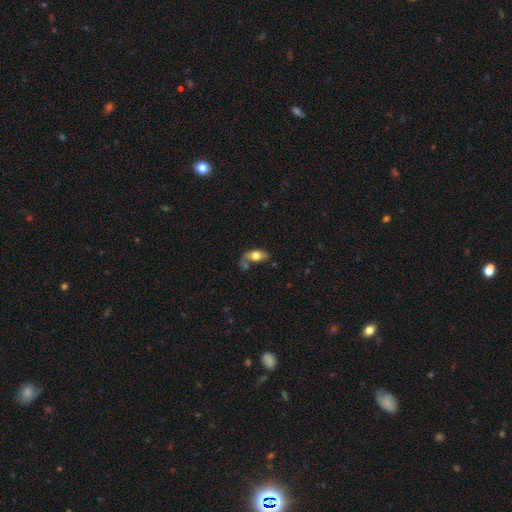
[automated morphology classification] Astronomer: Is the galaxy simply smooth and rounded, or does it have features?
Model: smooth — 66%.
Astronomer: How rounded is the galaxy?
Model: in between — 83%.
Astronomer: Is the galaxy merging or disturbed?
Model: none — 33% (runner-up: major disturbance, 25%).